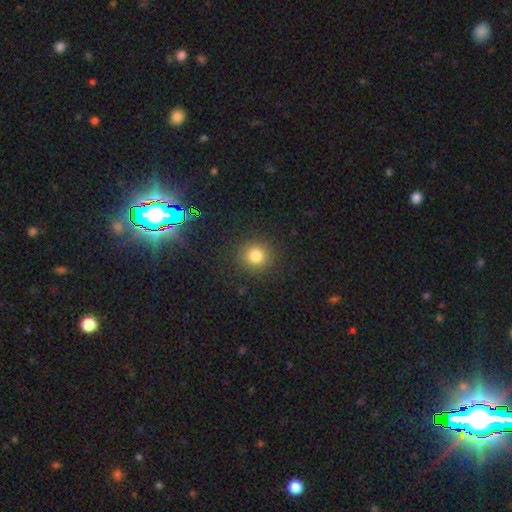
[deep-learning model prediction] A smooth galaxy with no disk features (80%) that is round (92%). Merging: none (90%).